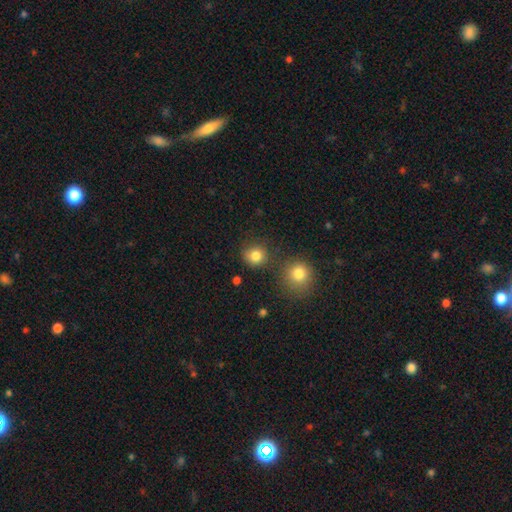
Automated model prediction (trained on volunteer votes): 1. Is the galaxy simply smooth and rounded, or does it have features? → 82% smooth, 13% star or artifact, 6% featured or disk.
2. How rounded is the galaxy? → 87% round, 12% in between, 1% cigar-shaped.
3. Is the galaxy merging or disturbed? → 76% none, 11% minor disturbance, 9% merger, 4% major disturbance.